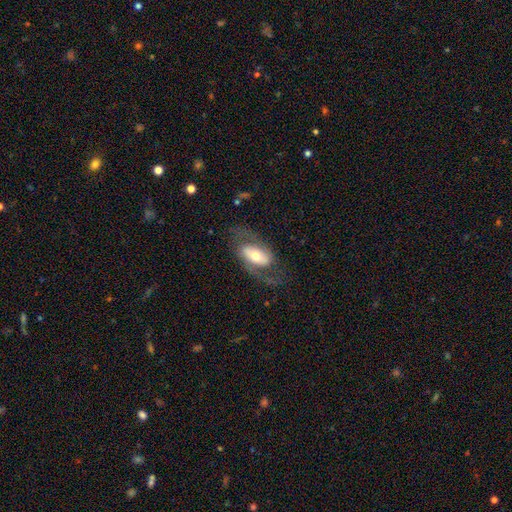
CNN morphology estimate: The model was most divided on "bar": no: 41%, weak: 31%, strong: 28%. More confident: edge-on disk — no (92%); spiral arms — yes (79%); smooth or featured — featured or disk (68%); bulge size — moderate (66%); merging — none (64%).